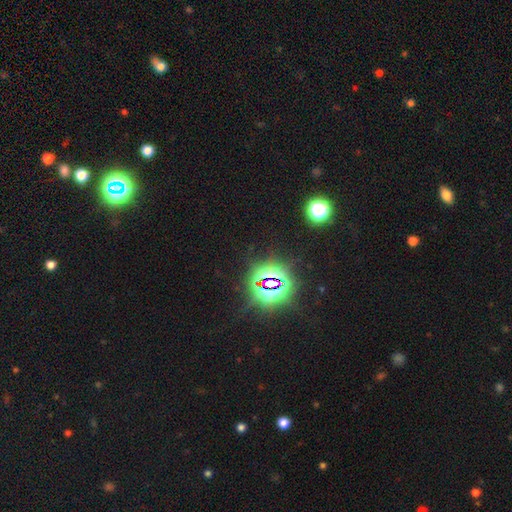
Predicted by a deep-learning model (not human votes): Morphology: type=star or artifact (82%).